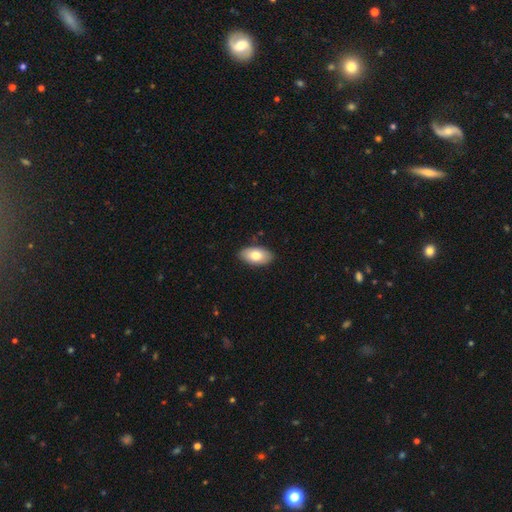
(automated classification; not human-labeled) Overall: smooth (77%). How rounded: in between (94%). Merging: none (88%).